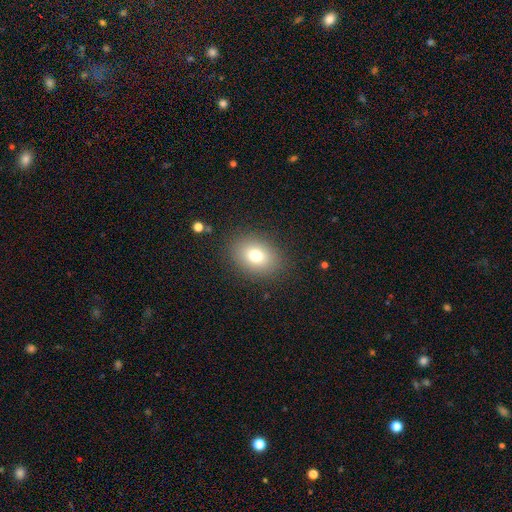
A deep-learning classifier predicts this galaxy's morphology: type=smooth (75%); roundness=in between (60%); merging=none (87%).